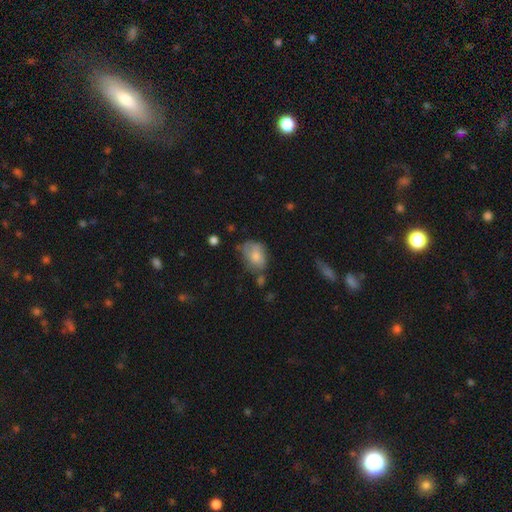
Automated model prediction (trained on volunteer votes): smooth 70%, featured or disk 22%, star or artifact 8%. Down the decision tree: how rounded — in between (69%); merging — none (44%).